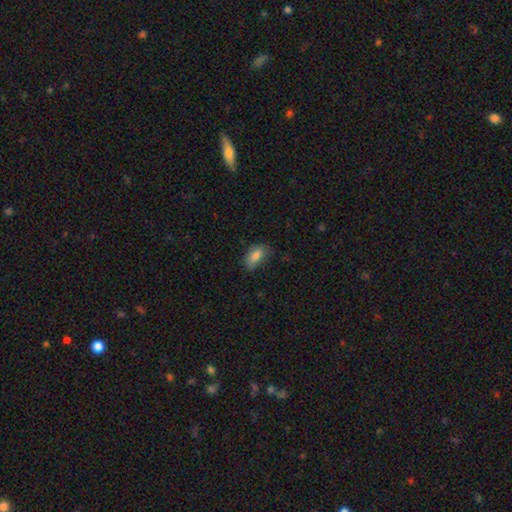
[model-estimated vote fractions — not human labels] This is clearly a smooth galaxy (81%). How rounded: clearly in between (91%). Merging: likely none (64%).